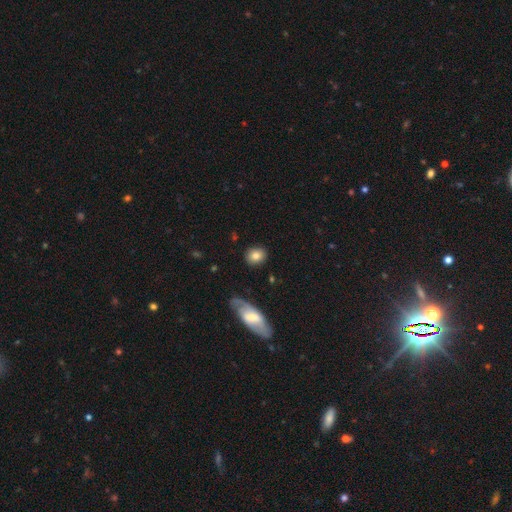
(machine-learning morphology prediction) Overall: smooth (78%). How rounded: round (58%; in between 40%). Merging: none (84%).